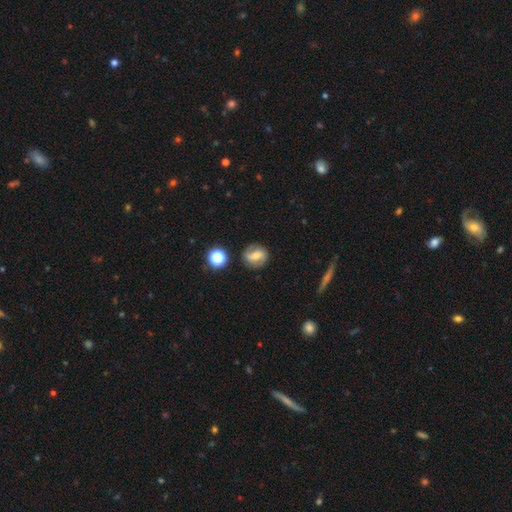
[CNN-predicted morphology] featured or disk 58%, smooth 32%, star or artifact 10%. Down the decision tree: edge-on disk — no (96%); bar — weak (41%); spiral arms — yes (83%); bulge size — moderate (50%); merging — none (81%).